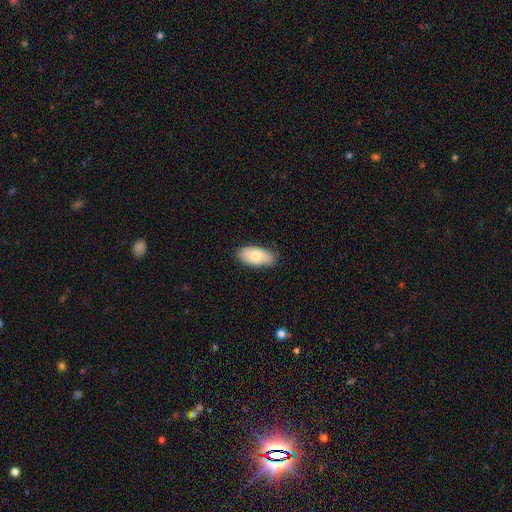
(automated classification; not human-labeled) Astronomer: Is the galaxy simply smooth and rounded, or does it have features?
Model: smooth — 75%.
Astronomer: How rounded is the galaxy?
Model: in between — 93%.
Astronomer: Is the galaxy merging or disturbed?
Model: none — 83%.